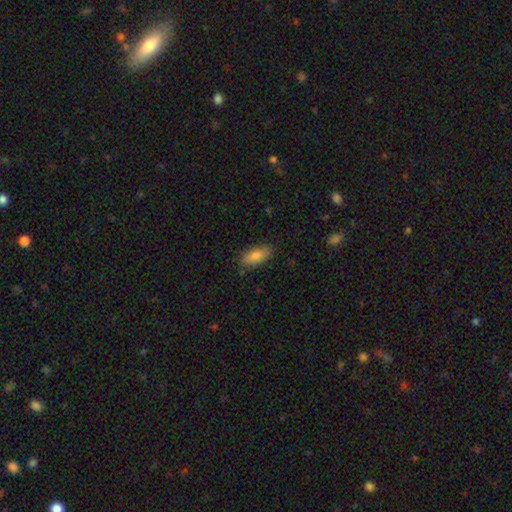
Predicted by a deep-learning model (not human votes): Overall: smooth (84%). How rounded: in between (80%). Merging: none (84%).